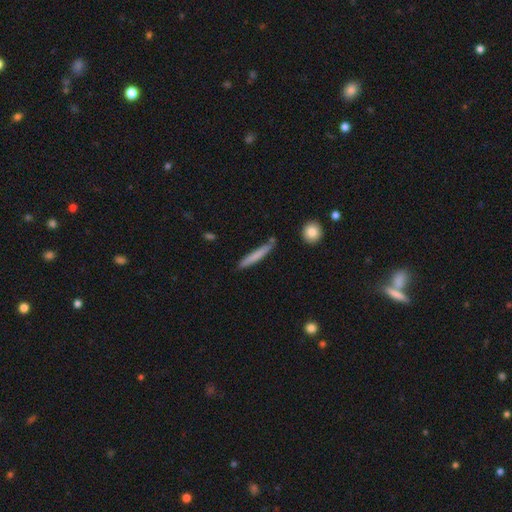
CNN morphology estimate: Q: Smooth or featured?
A: smooth (72%); runner-up: featured or disk (22%)
Q: How rounded?
A: cigar-shaped (95%); runner-up: in between (4%)
Q: Merging?
A: none (80%); runner-up: minor disturbance (14%)